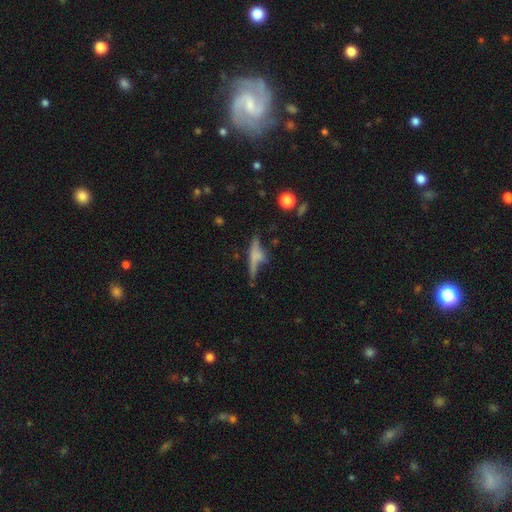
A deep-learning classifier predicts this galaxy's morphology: smooth_or_featured: featured or disk (p=0.45) [alt: smooth p=0.44]
merging: none (p=0.53) [alt: minor disturbance p=0.19]